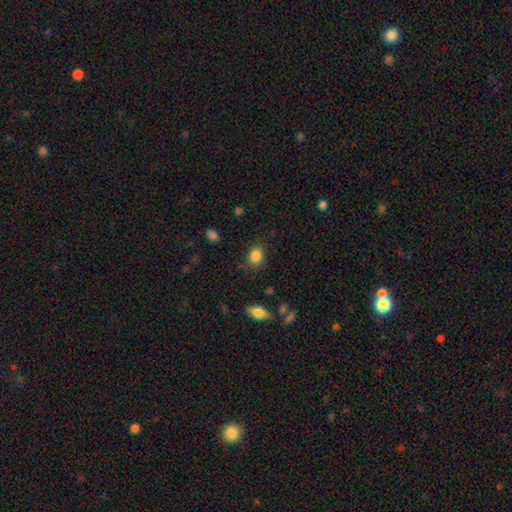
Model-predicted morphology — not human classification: type=smooth (85%); roundness=in between (60%); merging=none (78%).